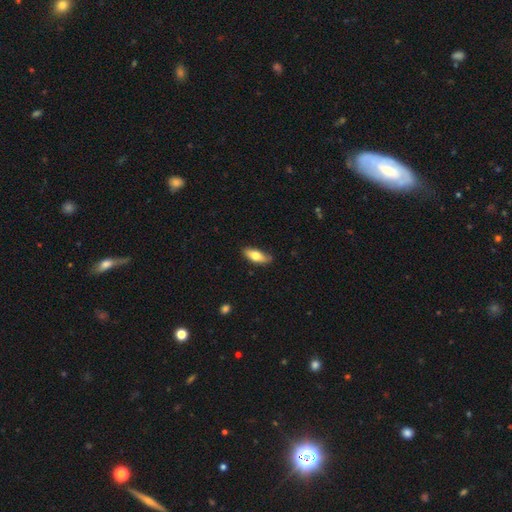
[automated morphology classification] Overall: smooth (71%). How rounded: in between (72%). Merging: none (81%).